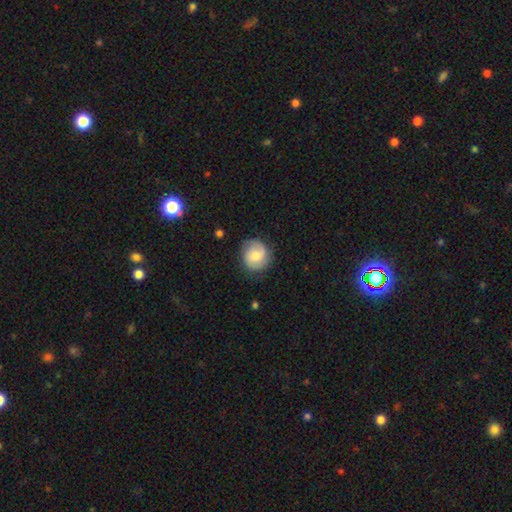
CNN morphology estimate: smooth_or_featured: smooth (p=0.54) [alt: featured or disk p=0.39]
how_rounded: round (p=0.86) [alt: in between p=0.13]
merging: none (p=0.79) [alt: minor disturbance p=0.15]